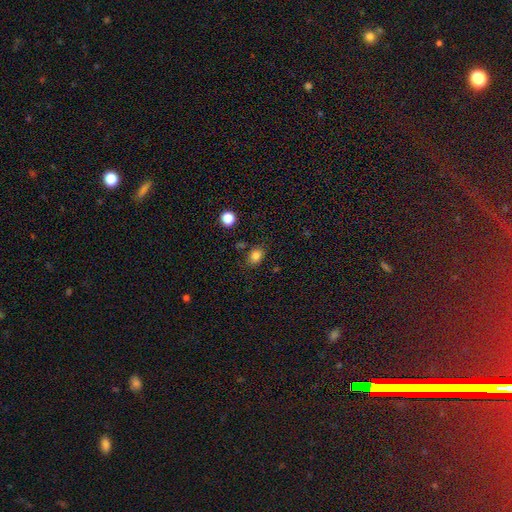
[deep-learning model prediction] This appears to be a smooth galaxy with no disk features (83%) that is in between round and cigar-shaped (62%). Merging: none (78%).